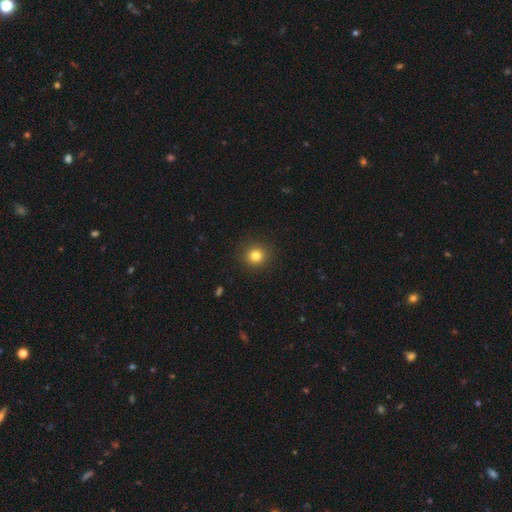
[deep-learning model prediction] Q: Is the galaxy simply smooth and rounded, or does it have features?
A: smooth — 81%.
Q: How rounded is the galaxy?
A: round — 91%.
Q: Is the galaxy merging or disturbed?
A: none — 91%.